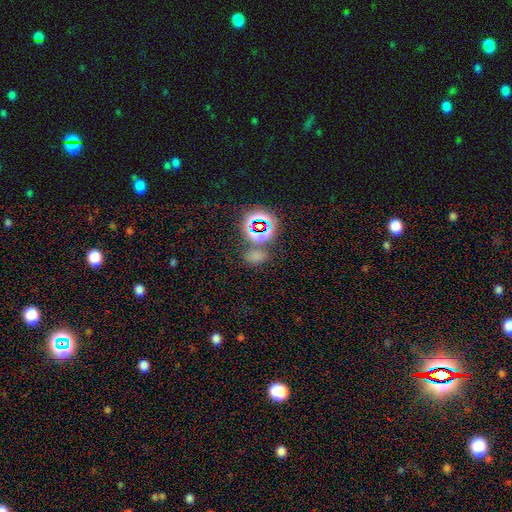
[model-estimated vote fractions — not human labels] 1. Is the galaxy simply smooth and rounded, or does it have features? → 50% smooth, 43% star or artifact, 7% featured or disk.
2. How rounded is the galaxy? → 72% in between, 25% round, 3% cigar-shaped.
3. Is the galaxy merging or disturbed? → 67% none, 16% merger, 12% minor disturbance, 6% major disturbance.